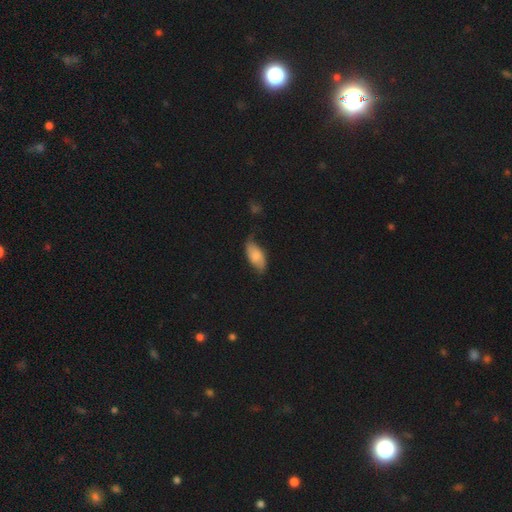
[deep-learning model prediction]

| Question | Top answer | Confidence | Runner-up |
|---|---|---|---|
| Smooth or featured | smooth | 71% | featured or disk (22%) |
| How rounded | in between | 92% | cigar-shaped (6%) |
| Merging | none | 58% | minor disturbance (31%) |